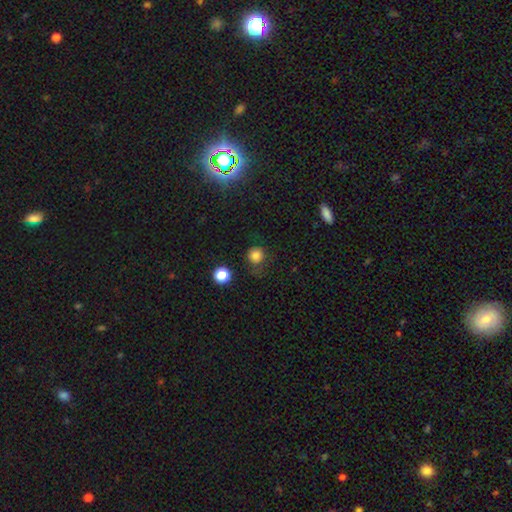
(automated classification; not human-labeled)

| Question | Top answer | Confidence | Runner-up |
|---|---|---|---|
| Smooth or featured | smooth | 81% | star or artifact (14%) |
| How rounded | round | 92% | in between (7%) |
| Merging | none | 74% | minor disturbance (15%) |